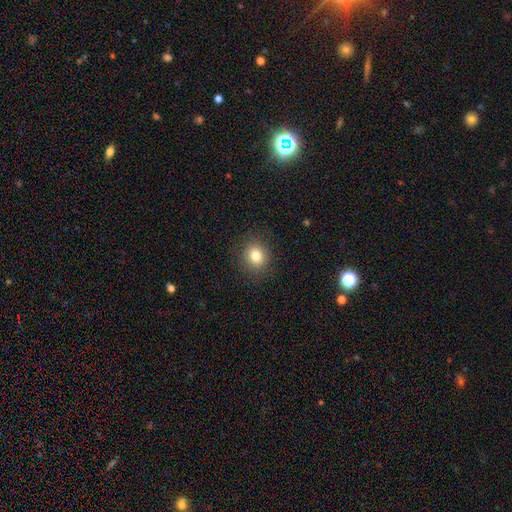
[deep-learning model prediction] This appears to be a smooth galaxy with no disk features (81%) that is round (79%). Merging: none (89%).